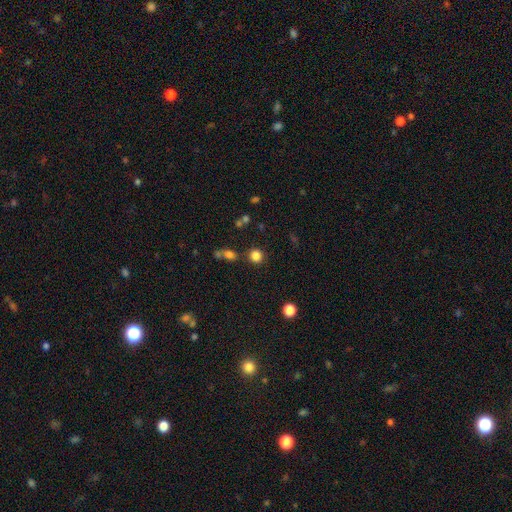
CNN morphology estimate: Q: Smooth or featured?
A: smooth (82%); runner-up: star or artifact (13%)
Q: How rounded?
A: round (88%); runner-up: in between (11%)
Q: Merging?
A: none (81%); runner-up: minor disturbance (8%)